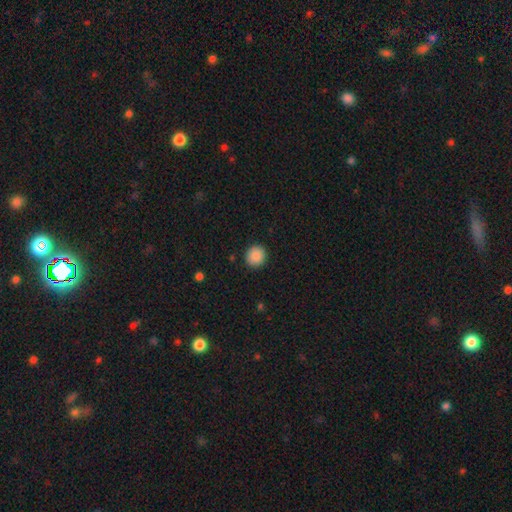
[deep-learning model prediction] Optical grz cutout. It shows a smooth galaxy with no disk features (89%) that is round (91%). Merging: none (91%).